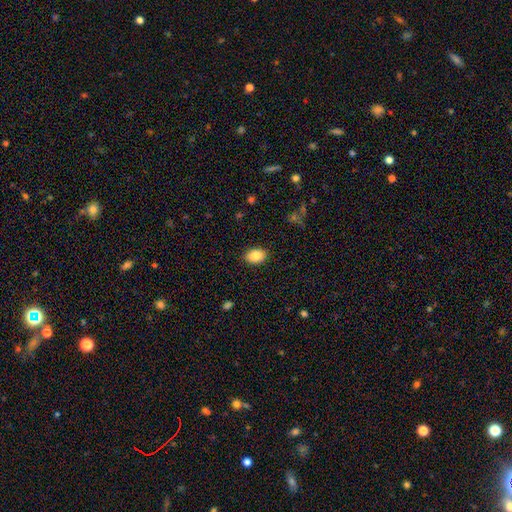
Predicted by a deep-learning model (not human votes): Morphology: type=smooth (86%); roundness=in between (84%); merging=none (89%).